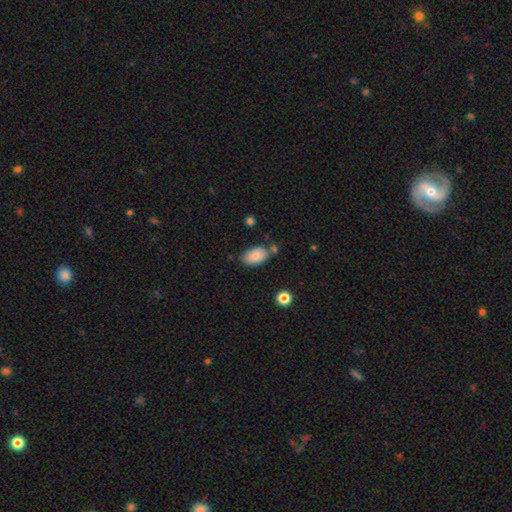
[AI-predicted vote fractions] A smooth galaxy with no disk features (86%) that is in between round and cigar-shaped (93%).

Vote fractions:
- Smooth or featured? smooth: 86% / featured or disk: 7% / star or artifact: 7%
- How rounded? in between: 93% / round: 5% / cigar-shaped: 1%
- Merging? none: 70% / minor disturbance: 17% / merger: 9% / major disturbance: 4%